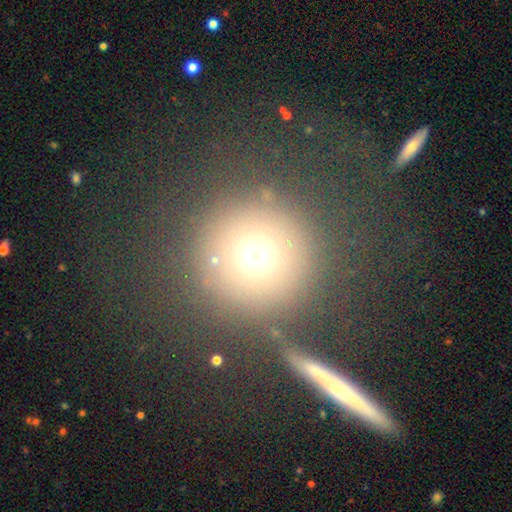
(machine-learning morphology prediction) Smooth or featured? smooth (69%)
How rounded? round (94%)
Merging? none (77%)